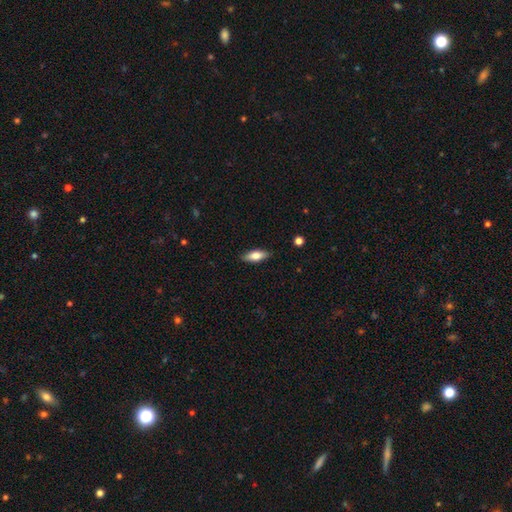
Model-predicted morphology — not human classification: type=smooth (72%); roundness=in between (72%); merging=none (87%).